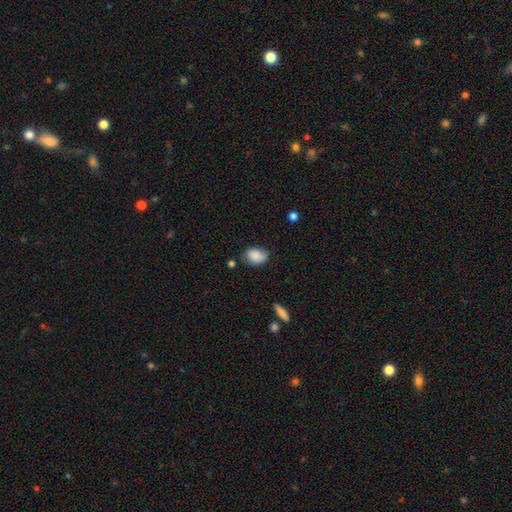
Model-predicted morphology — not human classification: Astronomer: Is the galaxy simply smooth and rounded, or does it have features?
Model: smooth — 83%.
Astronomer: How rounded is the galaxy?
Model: in between — 79%.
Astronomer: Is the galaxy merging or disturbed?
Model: none — 63%.